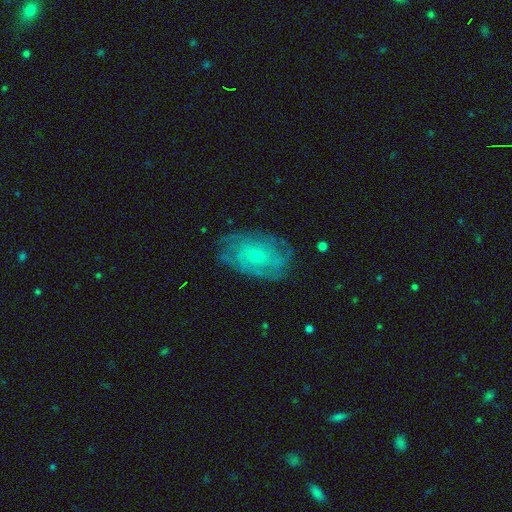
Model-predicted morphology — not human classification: Smooth or featured: featured or disk — 70% (smooth — 22%)
Edge-on disk: no — 96% (yes — 4%)
Bar: no — 80% (weak — 17%)
Spiral arms: yes — 84% (no — 16%)
Spiral winding: tight — 59% (medium — 31%)
Spiral arm count: can't tell — 52% (2 — 14%)
Bulge size: small — 79% (moderate — 16%)
Merging: none — 73% (minor disturbance — 19%)